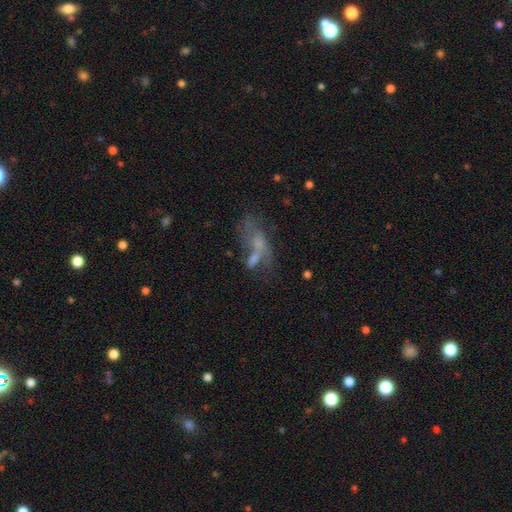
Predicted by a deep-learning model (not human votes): The model was most divided on "merging": merger: 33%, none: 26%, major disturbance: 26%, minor disturbance: 15%. Remaining: smooth or featured — featured or disk (47%).